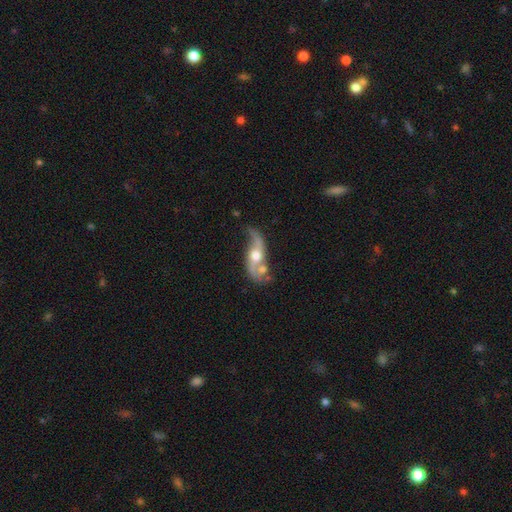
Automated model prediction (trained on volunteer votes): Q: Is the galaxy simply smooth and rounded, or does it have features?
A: featured or disk — 79%.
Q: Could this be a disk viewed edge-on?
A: no — 91%.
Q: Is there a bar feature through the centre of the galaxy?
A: no — 64%.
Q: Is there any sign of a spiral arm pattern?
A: yes — 89%.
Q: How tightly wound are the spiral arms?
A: loose — 77%.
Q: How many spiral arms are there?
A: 2 — 88%.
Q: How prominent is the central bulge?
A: moderate — 67%.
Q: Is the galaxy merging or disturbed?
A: none — 43%.